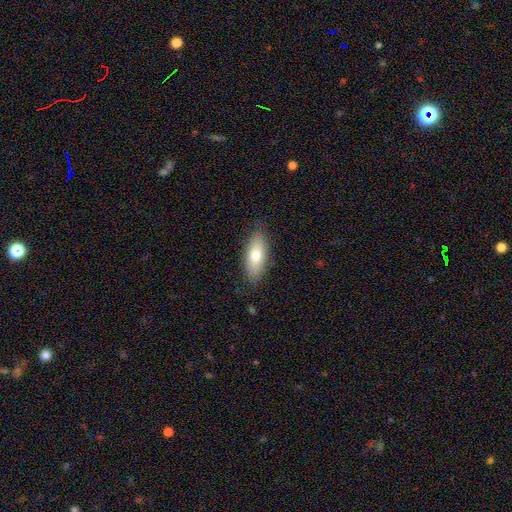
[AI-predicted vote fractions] Smooth or featured: smooth — 73% (featured or disk — 20%)
How rounded: in between — 76% (cigar-shaped — 21%)
Merging: none — 85% (minor disturbance — 12%)